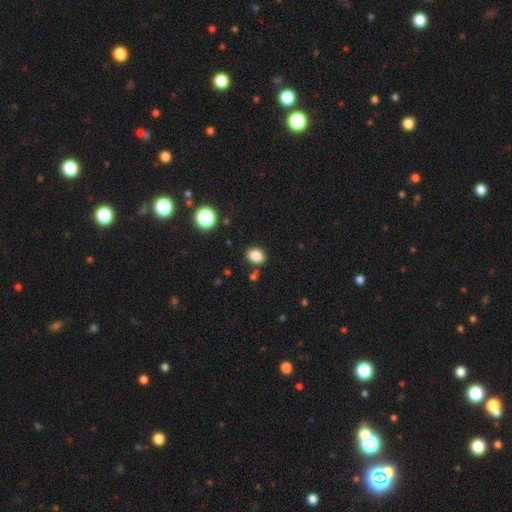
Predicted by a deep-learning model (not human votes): This appears to be a smooth galaxy with no disk features (84%) that is in between round and cigar-shaped (69%). Merging: none (83%).